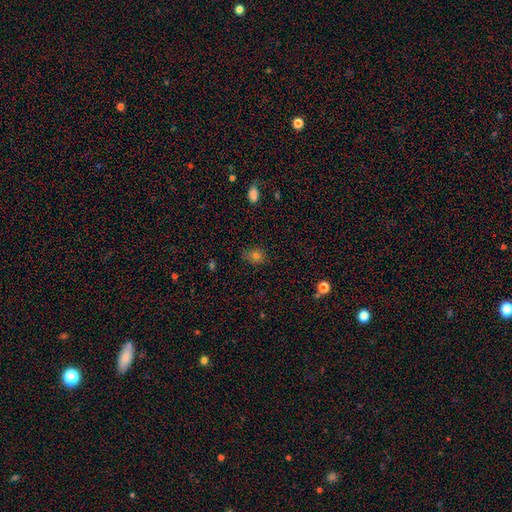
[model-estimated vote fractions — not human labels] smooth_or_featured: smooth (p=0.72) [alt: star or artifact p=0.19]
how_rounded: round (p=0.59) [alt: in between p=0.40]
merging: none (p=0.78) [alt: minor disturbance p=0.16]